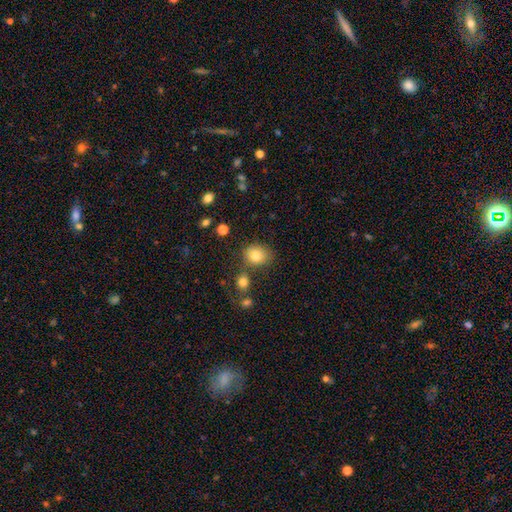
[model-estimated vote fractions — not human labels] Q: Smooth or featured?
A: smooth (81%); runner-up: star or artifact (11%)
Q: How rounded?
A: round (62%); runner-up: in between (37%)
Q: Merging?
A: none (73%); runner-up: minor disturbance (14%)